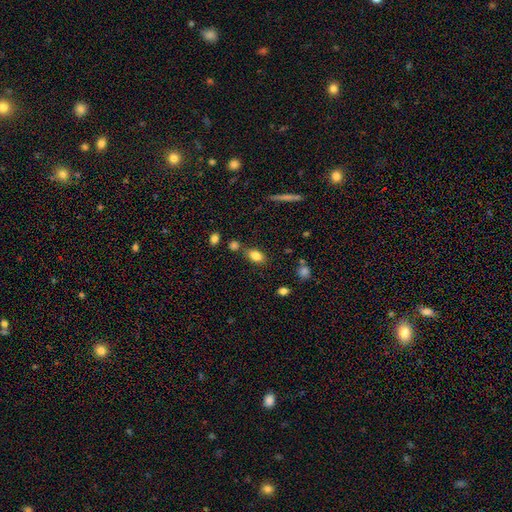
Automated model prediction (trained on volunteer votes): A smooth galaxy with no disk features (82%) that is in between round and cigar-shaped (85%).

Vote fractions:
- Smooth or featured? smooth: 82% / star or artifact: 9% / featured or disk: 9%
- How rounded? in between: 85% / round: 11% / cigar-shaped: 4%
- Merging? none: 72% / minor disturbance: 13% / merger: 12% / major disturbance: 3%